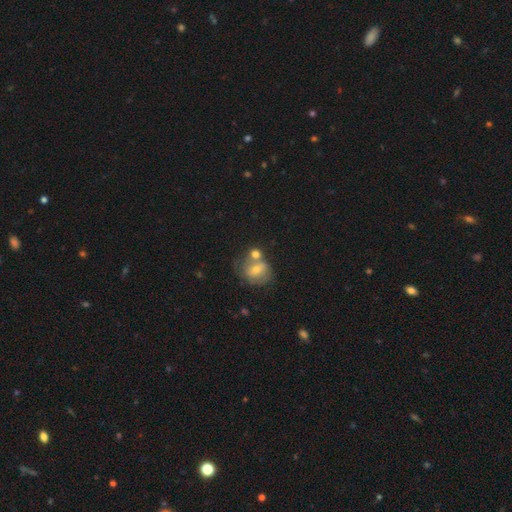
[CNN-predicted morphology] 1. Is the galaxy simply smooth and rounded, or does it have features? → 47% smooth, 38% featured or disk, 15% star or artifact.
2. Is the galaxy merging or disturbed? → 49% none, 32% merger, 13% minor disturbance, 6% major disturbance.